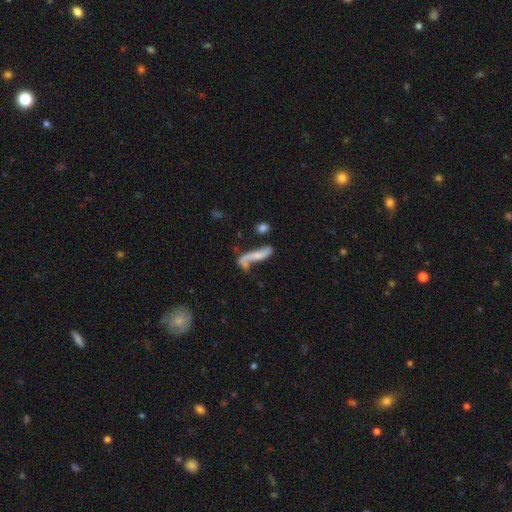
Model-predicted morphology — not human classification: A featured or disk galaxy (58%).

Vote fractions:
- Smooth or featured? featured or disk: 58% / smooth: 33% / star or artifact: 8%
- Edge-on disk? no: 69% / yes: 31%
- Merging? none: 39% / major disturbance: 24% / minor disturbance: 22% / merger: 14%